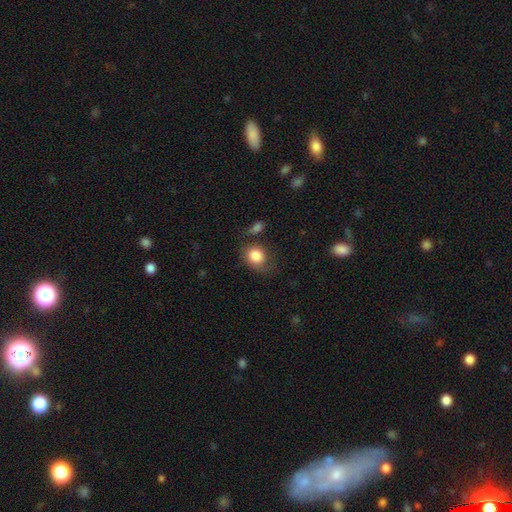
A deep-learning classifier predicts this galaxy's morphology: A smooth galaxy with no disk features (85%) that is round (62%).

Vote fractions:
- Smooth or featured? smooth: 85% / star or artifact: 8% / featured or disk: 7%
- How rounded? round: 62% / in between: 37% / cigar-shaped: 1%
- Merging? none: 59% / minor disturbance: 24% / major disturbance: 10% / merger: 8%